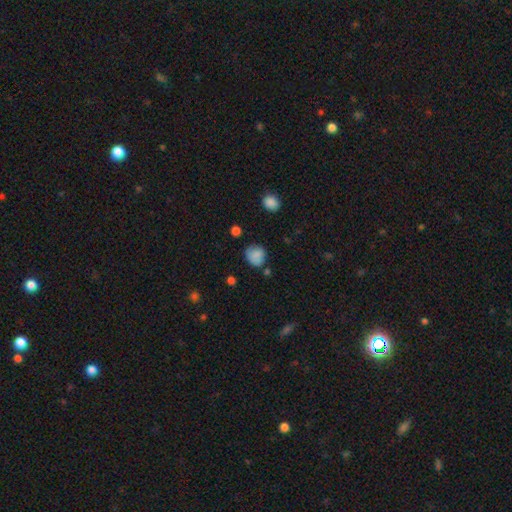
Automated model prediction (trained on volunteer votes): The model was most divided on "merging": none: 66%, minor disturbance: 24%, major disturbance: 6%, merger: 4%. More confident: smooth or featured — smooth (82%); how rounded — round (77%).